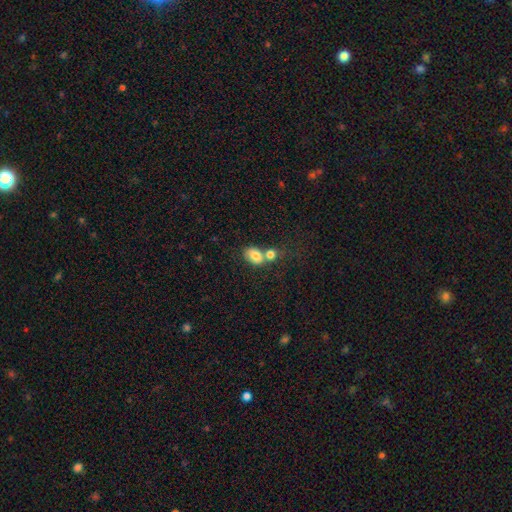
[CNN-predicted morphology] Overall: smooth (78%). How rounded: in between (67%; round 31%). Merging: merger (52%; none 34%).